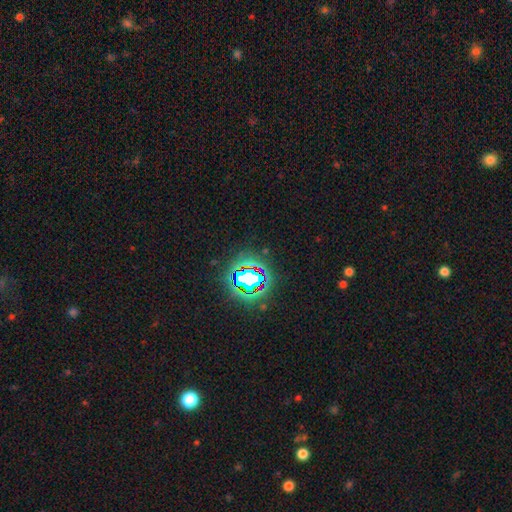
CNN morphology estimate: Smooth or featured?
  - star or artifact: 84% *
  - smooth: 10%
  - featured or disk: 7%